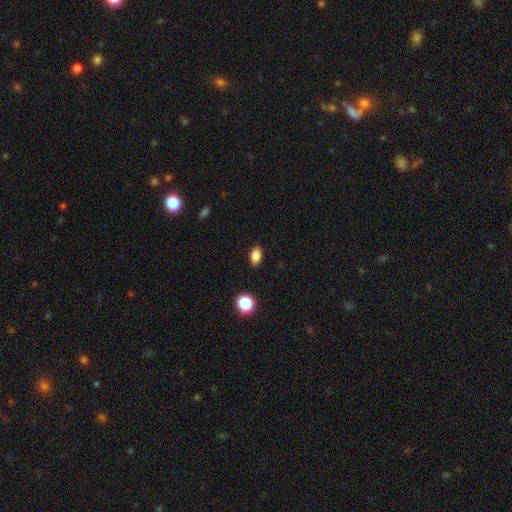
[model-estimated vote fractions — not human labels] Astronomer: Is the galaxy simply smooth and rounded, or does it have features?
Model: smooth — 83%.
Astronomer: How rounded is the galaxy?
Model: in between — 86%.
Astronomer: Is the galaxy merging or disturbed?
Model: none — 89%.